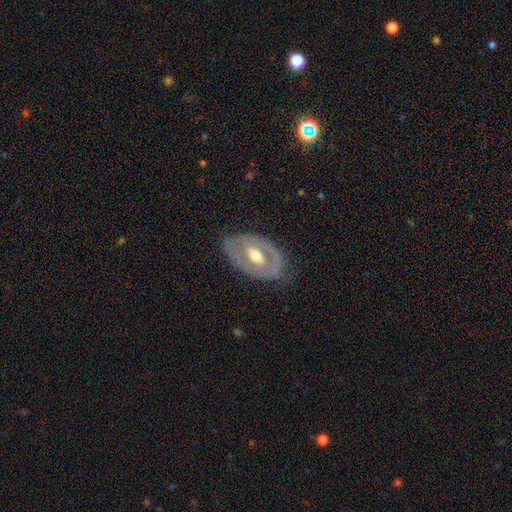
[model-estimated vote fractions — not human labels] Smooth or featured?
  - featured or disk: 68% *
  - smooth: 27%
  - star or artifact: 5%
Edge-on disk?
  - no: 90% *
  - yes: 10%
Bar?
  - no: 47% *
  - weak: 34%
  - strong: 19%
Spiral arms?
  - no: 67% *
  - yes: 33%
Bulge size?
  - moderate: 72% *
  - small: 13%
  - large: 12%
  - dominant: 1%
  - none: 1%
Merging?
  - none: 71% *
  - minor disturbance: 20%
  - major disturbance: 8%
  - merger: 1%